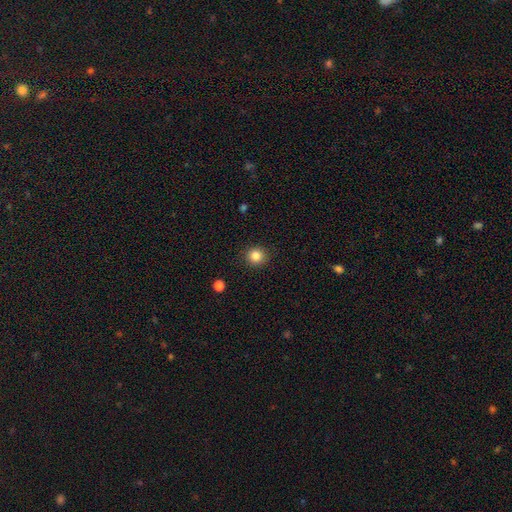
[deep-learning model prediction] Smooth or featured? Predicted: smooth (p=0.85). How rounded? Predicted: round (p=0.89). Merging? Predicted: none (p=0.90).